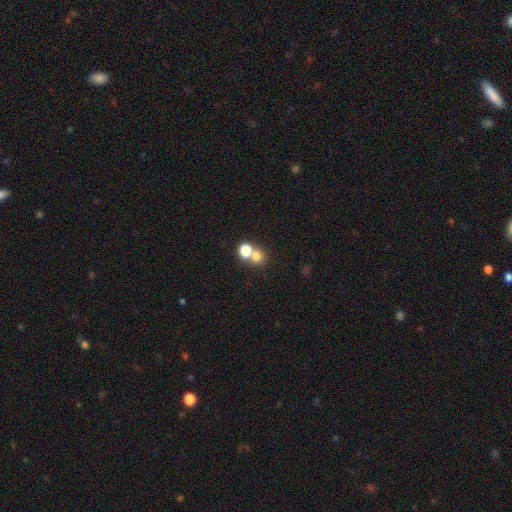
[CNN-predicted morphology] The model was most divided on "merging": merger: 51%, none: 41%, minor disturbance: 5%, major disturbance: 3%. More confident: how rounded — round (78%); smooth or featured — smooth (74%).